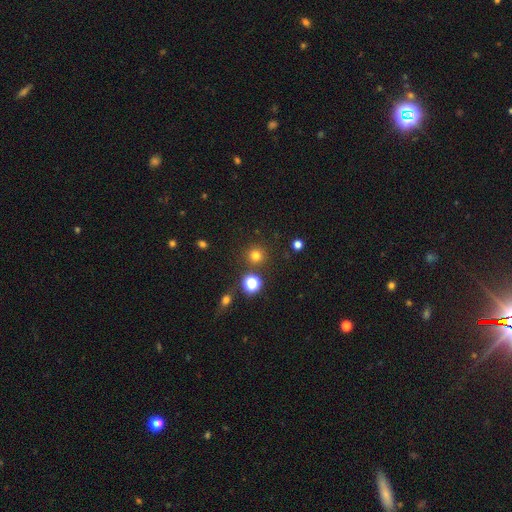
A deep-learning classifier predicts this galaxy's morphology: This appears to be a smooth galaxy with no disk features (76%) that is round (94%). Merging: none (86%).